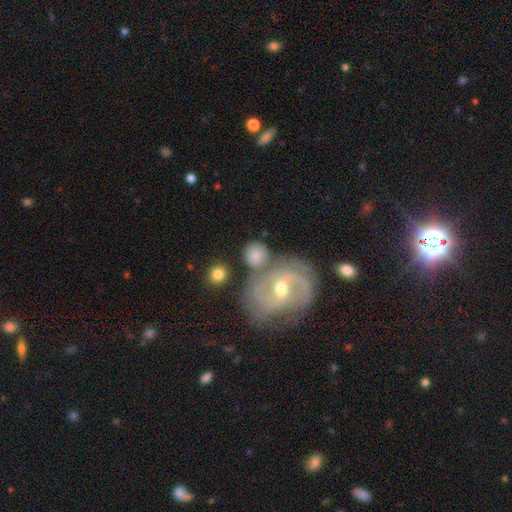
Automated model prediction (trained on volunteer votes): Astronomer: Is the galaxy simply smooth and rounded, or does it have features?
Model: smooth — 64%.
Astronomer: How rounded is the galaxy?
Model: round — 78%.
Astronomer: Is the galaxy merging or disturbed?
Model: none — 59%.